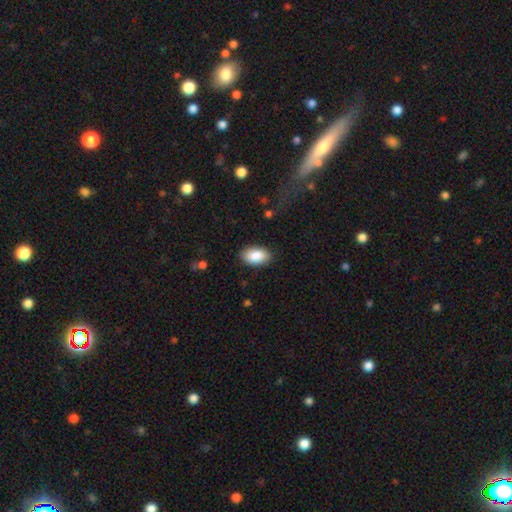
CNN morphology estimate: Smooth or featured? smooth (88%)
How rounded? in between (94%)
Merging? none (87%)